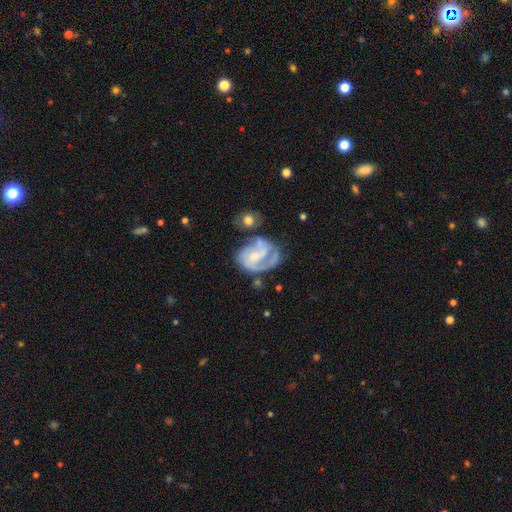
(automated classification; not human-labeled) A featured or disk galaxy (76%) with no bar (52%), 2 (41%) tight (41%, tied with medium) spiral arms (84%) and a small central bulge (46%).

Vote fractions:
- Smooth or featured? featured or disk: 76% / smooth: 18% / star or artifact: 6%
- Edge-on disk? no: 98% / yes: 2%
- Bar? no: 52% / weak: 38% / strong: 10%
- Spiral arms? yes: 84% / no: 16%
- Spiral winding? tight: 41% (tied) / medium: 41% (tied) / loose: 17%
- Spiral arm count? 2: 41% / can't tell: 23% / 1: 19% / 3: 11% / 4: 2% / more than 4: 2%
- Bulge size? small: 46% / moderate: 37% / none: 12% / large: 4% / dominant: 1%
- Merging? none: 40% / major disturbance: 23% / minor disturbance: 23% / merger: 15%